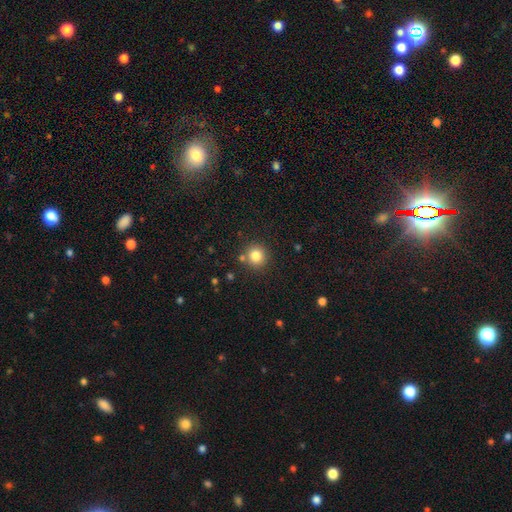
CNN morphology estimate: A smooth galaxy with no disk features (82%) that is round (91%). Merging: none (81%).